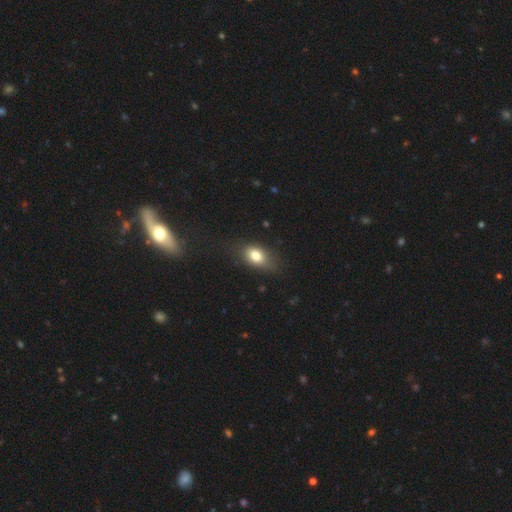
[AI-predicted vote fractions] Morphology: type=smooth (78%); roundness=in between (81%); merging=none (71%).